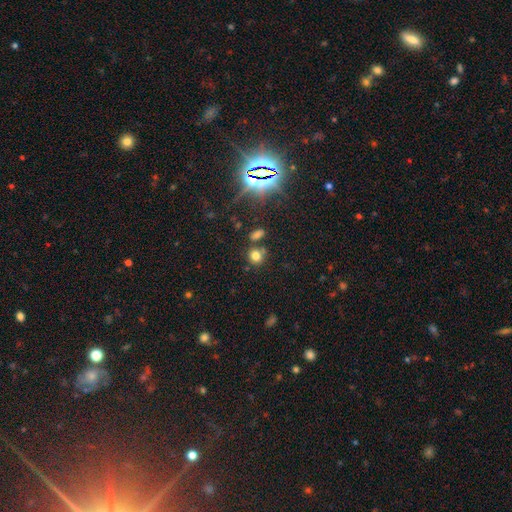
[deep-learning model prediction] smooth_or_featured: smooth (p=0.73) [alt: star or artifact p=0.19]
how_rounded: round (p=0.75) [alt: in between p=0.24]
merging: none (p=0.65) [alt: merger p=0.19]